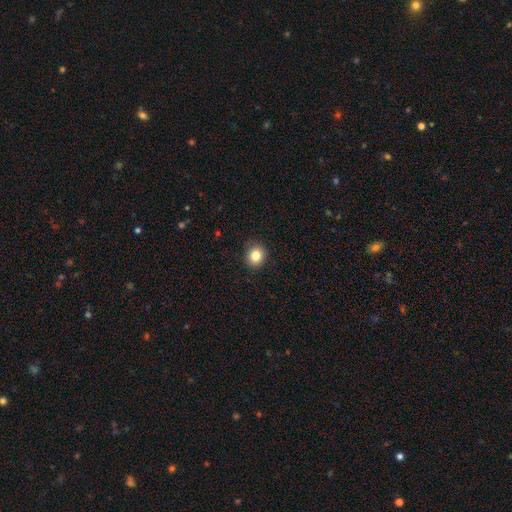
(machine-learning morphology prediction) This appears to be a smooth galaxy with no disk features (84%) that is round (77%). Merging: none (88%).